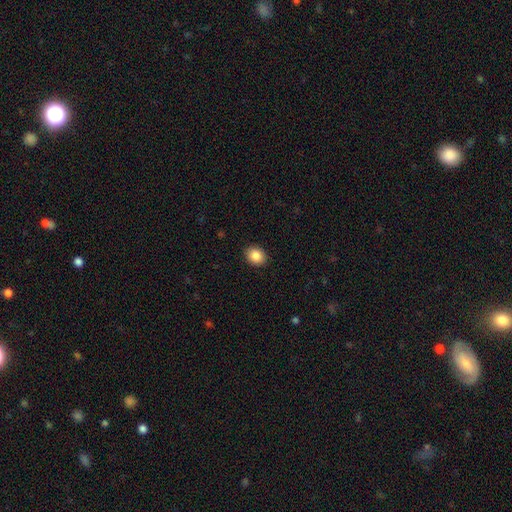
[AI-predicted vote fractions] Smooth or featured?
  - smooth: 86% *
  - star or artifact: 9%
  - featured or disk: 5%
How rounded?
  - round: 57% *
  - in between: 42%
  - cigar-shaped: 1%
Merging?
  - none: 91% *
  - minor disturbance: 7%
  - major disturbance: 2%
  - merger: 1%